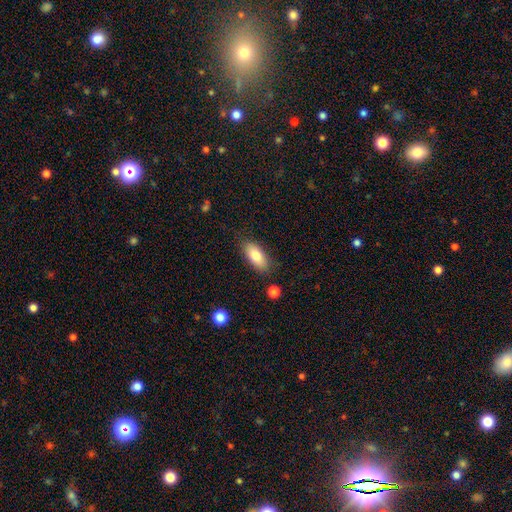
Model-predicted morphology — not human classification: Smooth or featured? smooth (80%)
How rounded? in between (87%)
Merging? none (82%)